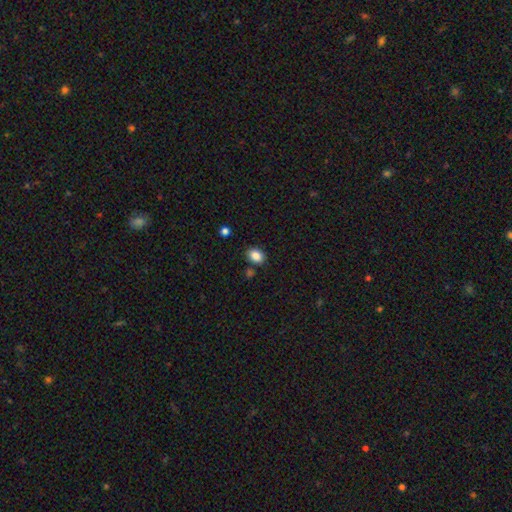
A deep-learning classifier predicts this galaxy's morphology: Smooth or featured: smooth — 86% (star or artifact — 9%)
How rounded: in between — 69% (round — 31%)
Merging: none — 82% (minor disturbance — 11%)